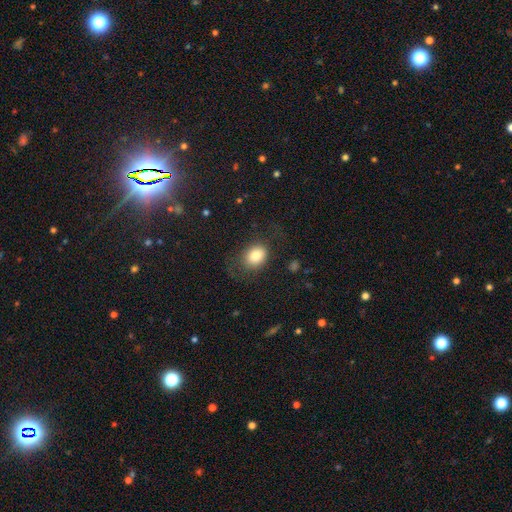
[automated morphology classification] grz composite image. It shows a smooth galaxy with no disk features (81%) that is in between round and cigar-shaped (60%). Merging: none (69%).